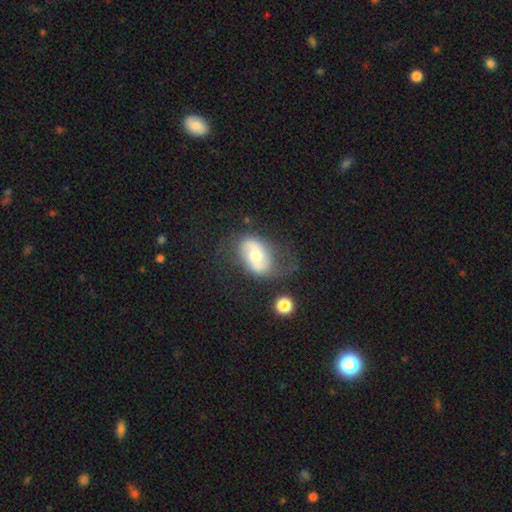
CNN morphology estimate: Smooth or featured? featured or disk (64%)
Edge-on disk? no (95%)
Bar? no (52%)
Spiral arms? yes (80%)
Bulge size? moderate (65%)
Merging? none (52%)